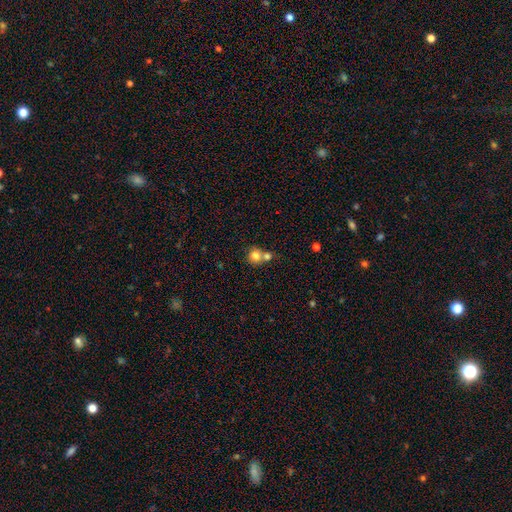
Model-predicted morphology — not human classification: Smooth or featured? Predicted: smooth (p=0.79). How rounded? Predicted: round (p=0.87). Merging? Predicted: merger (p=0.49).